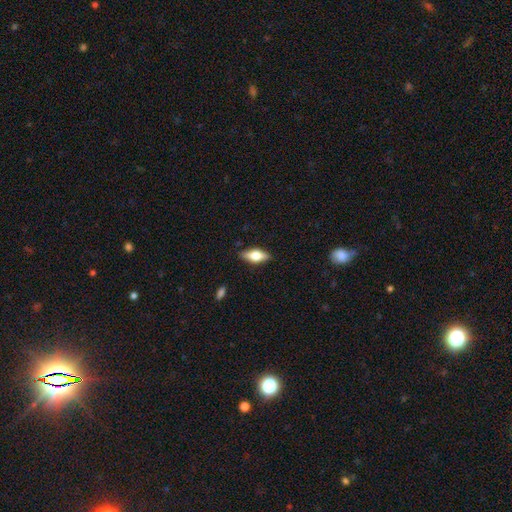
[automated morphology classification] smooth-or-featured: smooth: 56% | featured or disk: 38% | star or artifact: 7%
  how-rounded: in between: 73% | cigar-shaped: 23% | round: 3%
  merging: none: 87% | minor disturbance: 10% | major disturbance: 2% | merger: 1%